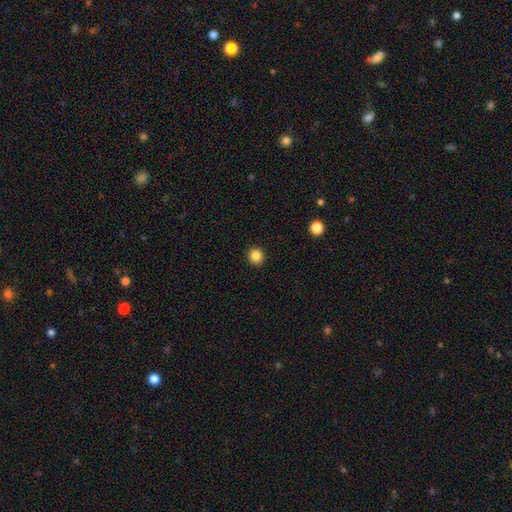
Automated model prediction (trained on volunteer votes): Smooth or featured? smooth (85%)
How rounded? round (90%)
Merging? none (93%)